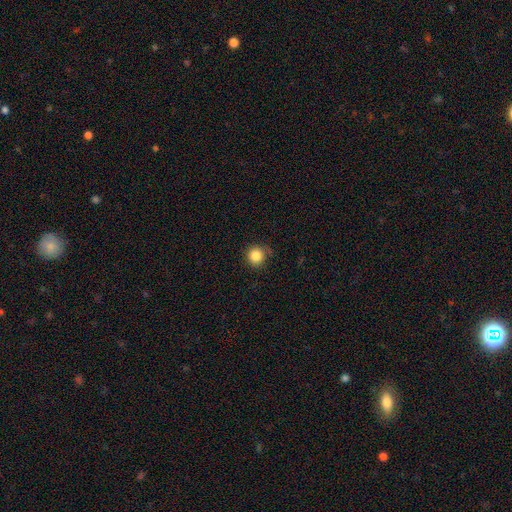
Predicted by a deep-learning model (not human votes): Overall: smooth (85%). How rounded: round (93%). Merging: none (79%).